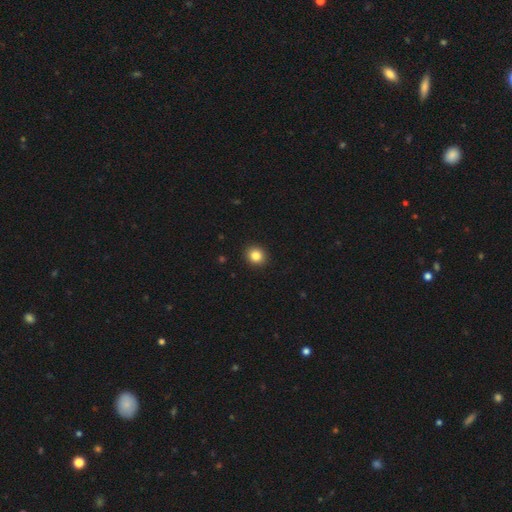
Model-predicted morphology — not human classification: smooth_or_featured: smooth (p=0.85) [alt: star or artifact p=0.10]
how_rounded: round (p=0.82) [alt: in between p=0.17]
merging: none (p=0.92) [alt: minor disturbance p=0.05]